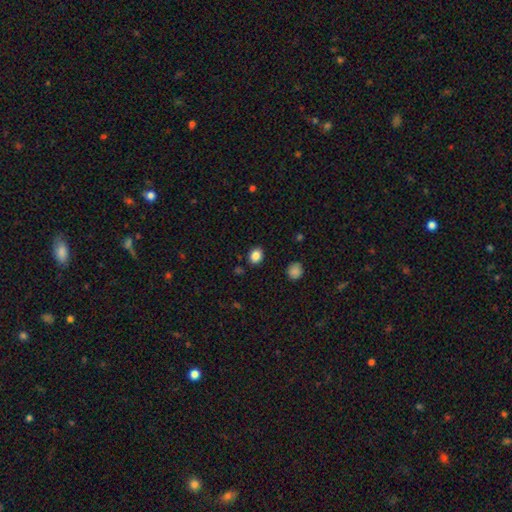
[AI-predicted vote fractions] A smooth galaxy with no disk features (86%) that is round (54%).

Vote fractions:
- Smooth or featured? smooth: 86% / star or artifact: 10% / featured or disk: 4%
- How rounded? round: 54% / in between: 45% / cigar-shaped: 1%
- Merging? none: 87% / minor disturbance: 8% / major disturbance: 2% / merger: 2%